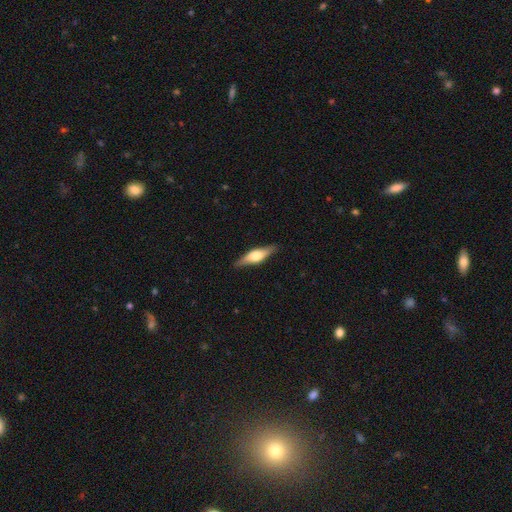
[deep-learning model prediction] A featured or disk galaxy (59%) viewed edge-on (94%) with a rounded central bulge (89%). Merging: none (87%).